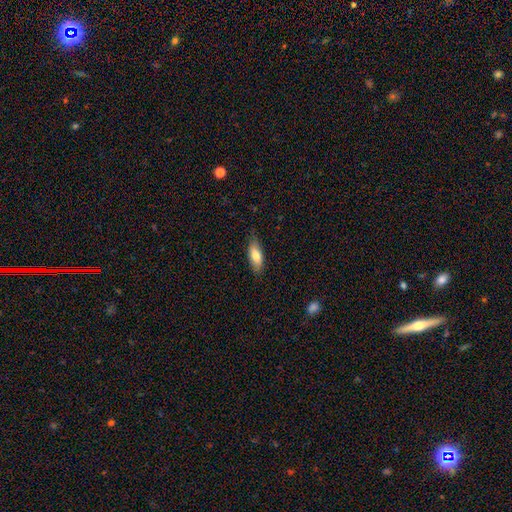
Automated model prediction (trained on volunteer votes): smooth_or_featured: smooth (p=0.75) [alt: featured or disk p=0.19]
how_rounded: in between (p=0.73) [alt: cigar-shaped p=0.25]
merging: none (p=0.80) [alt: minor disturbance p=0.16]